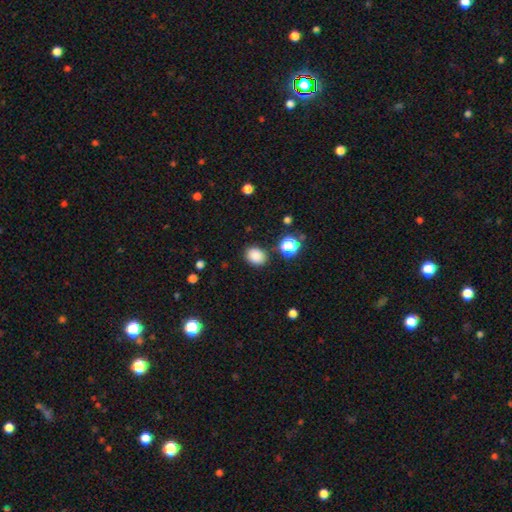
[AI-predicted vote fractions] Morphology: type=smooth (85%); roundness=in between (56%); merging=none (84%).